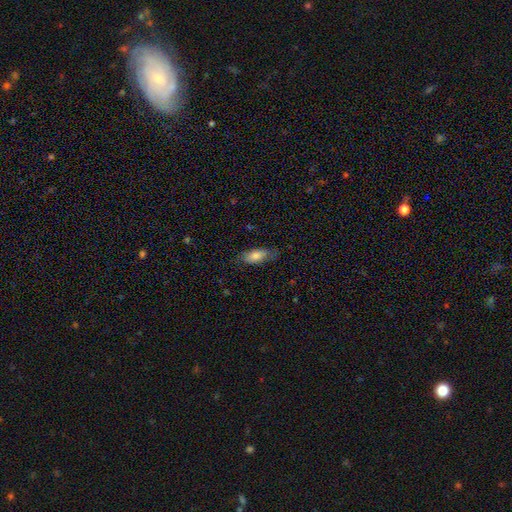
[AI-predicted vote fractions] smooth_or_featured: smooth (p=0.75) [alt: featured or disk p=0.18]
how_rounded: in between (p=0.73) [alt: cigar-shaped p=0.25]
merging: none (p=0.73) [alt: minor disturbance p=0.20]